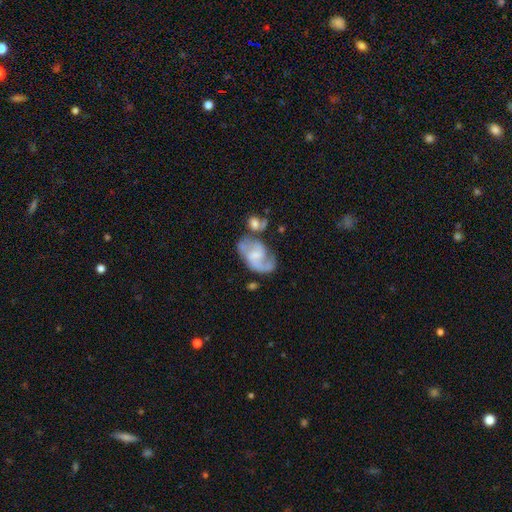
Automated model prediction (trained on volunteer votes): Overall: featured or disk (72%). Edge-on disk: no (97%). Bar: weak (48%; no 40%). Spiral arms: yes (85%). Spiral arm count: 2 (73%). Spiral winding: medium (44%; loose 40%). Bulge size: small (40%; moderate 28%). Merging: none (40%; minor disturbance 22%).